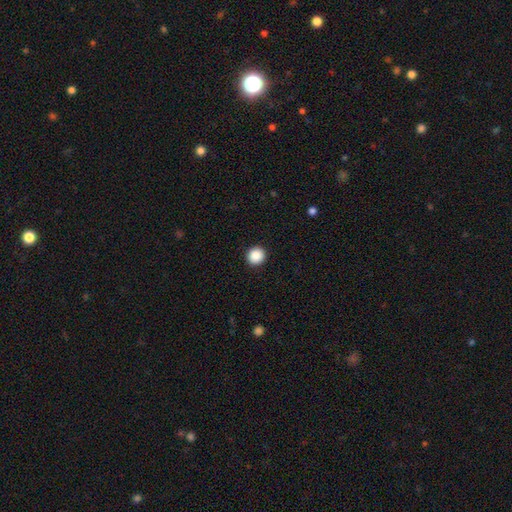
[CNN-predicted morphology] smooth 89%, star or artifact 9%, featured or disk 2%. Down the decision tree: how rounded — round (93%); merging — none (93%).